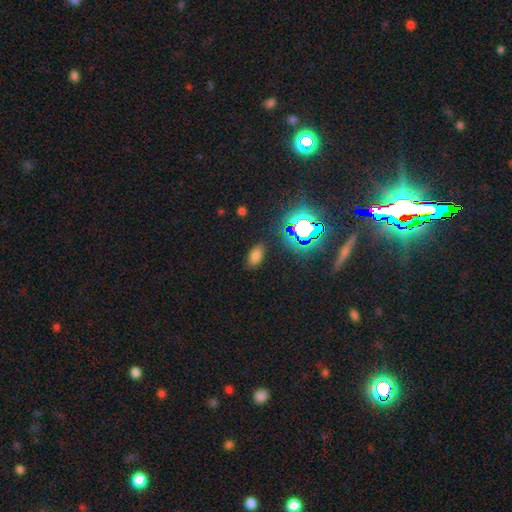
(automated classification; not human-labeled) This appears to be a smooth galaxy with no disk features (68%) that is in between round and cigar-shaped (91%). Merging: none (85%).